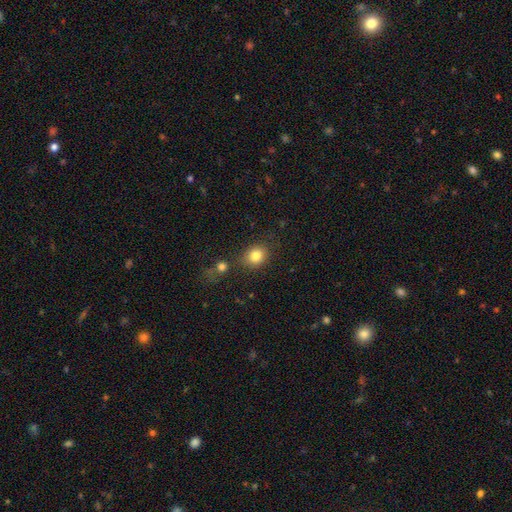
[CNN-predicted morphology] A smooth galaxy with no disk features (82%) that is round (64%). Merging: none (72%).